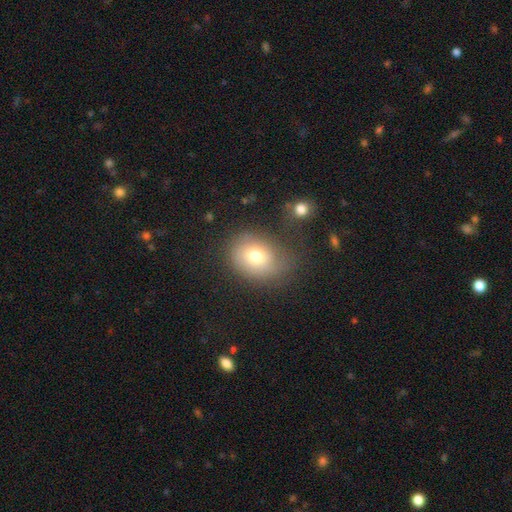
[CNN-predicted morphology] Smooth or featured? Predicted: smooth (p=0.71). How rounded? Predicted: in between (p=0.51). Merging? Predicted: none (p=0.60).